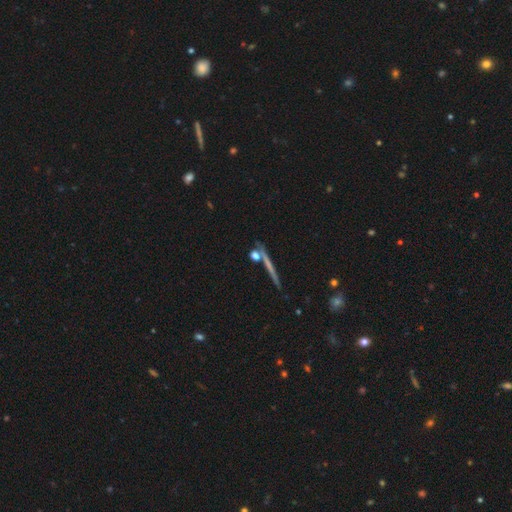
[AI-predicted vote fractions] A smooth galaxy with no disk features (55%) that is round (45%). Merging: none (72%).